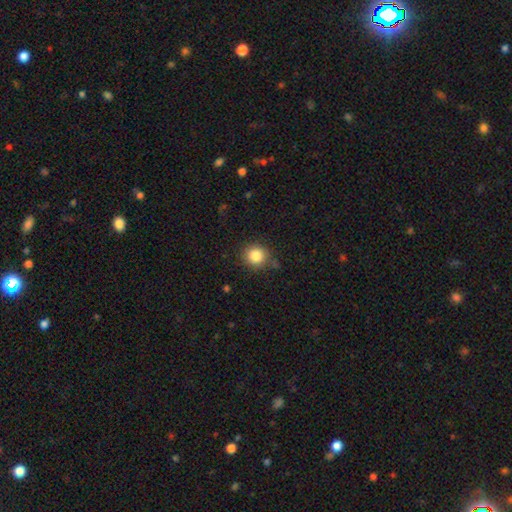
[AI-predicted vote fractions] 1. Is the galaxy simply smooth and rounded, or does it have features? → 85% smooth, 10% star or artifact, 5% featured or disk.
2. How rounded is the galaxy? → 92% round, 7% in between, 1% cigar-shaped.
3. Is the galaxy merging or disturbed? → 81% none, 13% minor disturbance, 4% major disturbance, 3% merger.